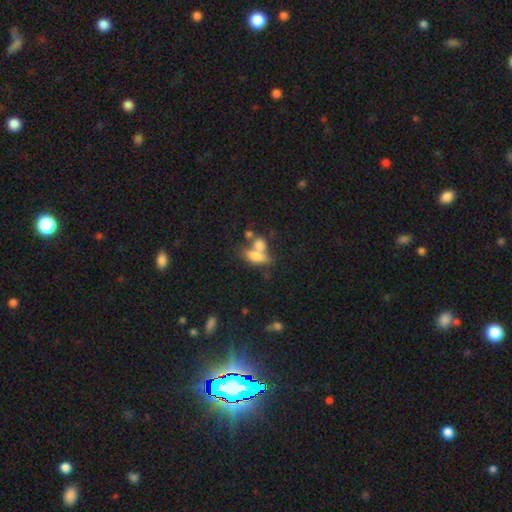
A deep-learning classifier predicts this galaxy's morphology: A smooth galaxy with no disk features (65%) that is in between round and cigar-shaped (69%).

Vote fractions:
- Smooth or featured? smooth: 65% / featured or disk: 25% / star or artifact: 10%
- How rounded? in between: 69% / cigar-shaped: 19% / round: 12%
- Merging? merger: 51% / none: 31% / minor disturbance: 11% / major disturbance: 7%